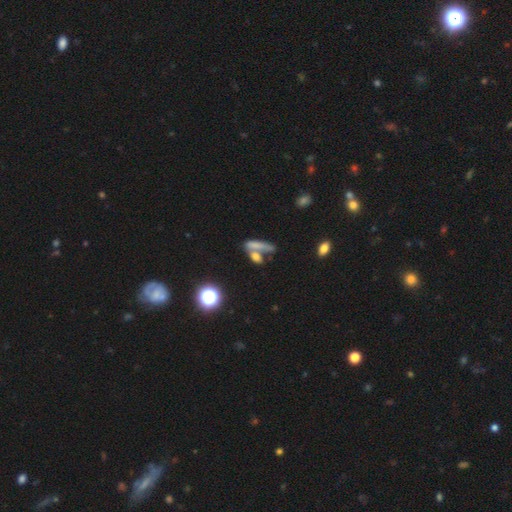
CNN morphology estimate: Smooth or featured: smooth — 63% (featured or disk — 22%)
How rounded: in between — 44% (cigar-shaped — 42%)
Merging: merger — 49% (none — 33%)